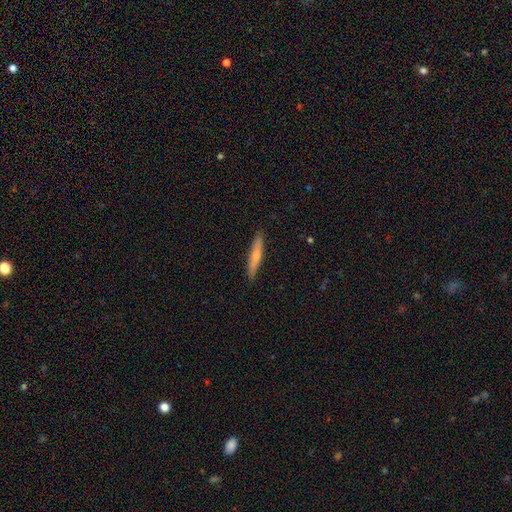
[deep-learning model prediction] smooth_or_featured: smooth (p=0.61) [alt: featured or disk p=0.33]
how_rounded: cigar-shaped (p=0.92) [alt: in between p=0.07]
merging: none (p=0.89) [alt: minor disturbance p=0.09]